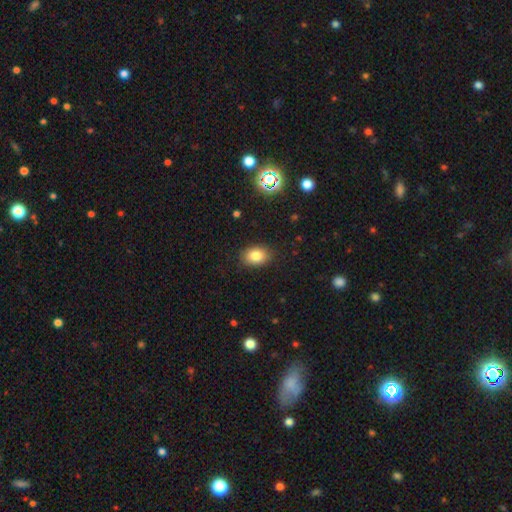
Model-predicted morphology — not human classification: Q: Smooth or featured?
A: smooth (82%); runner-up: star or artifact (11%)
Q: How rounded?
A: in between (75%); runner-up: round (24%)
Q: Merging?
A: none (87%); runner-up: minor disturbance (10%)